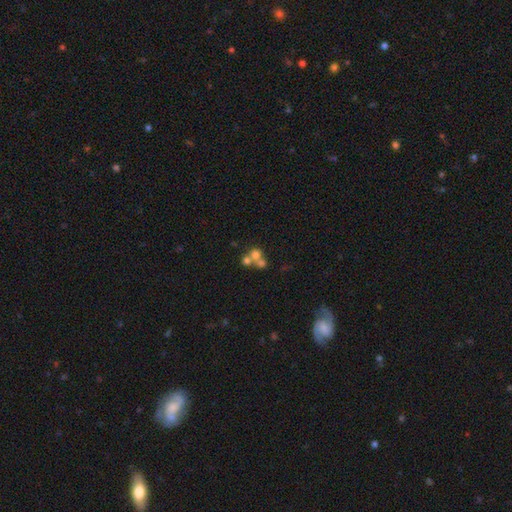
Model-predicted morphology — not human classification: Overall: smooth (60%; featured or disk 24%). How rounded: round (81%). Merging: merger (58%; none 32%).